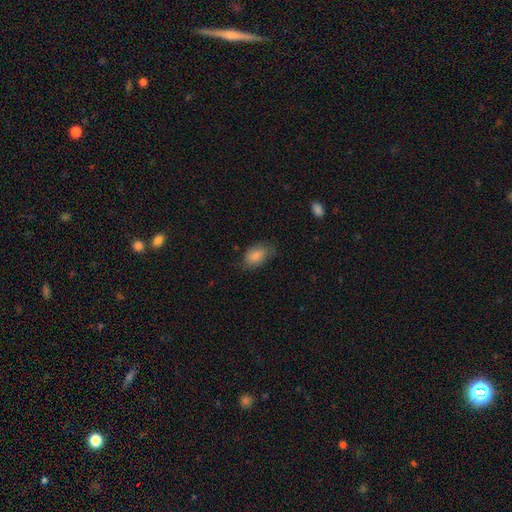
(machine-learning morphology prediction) Smooth or featured?
  - smooth: 84% *
  - featured or disk: 9%
  - star or artifact: 7%
How rounded?
  - in between: 90% *
  - round: 8%
  - cigar-shaped: 2%
Merging?
  - none: 68% *
  - minor disturbance: 24%
  - major disturbance: 6%
  - merger: 1%